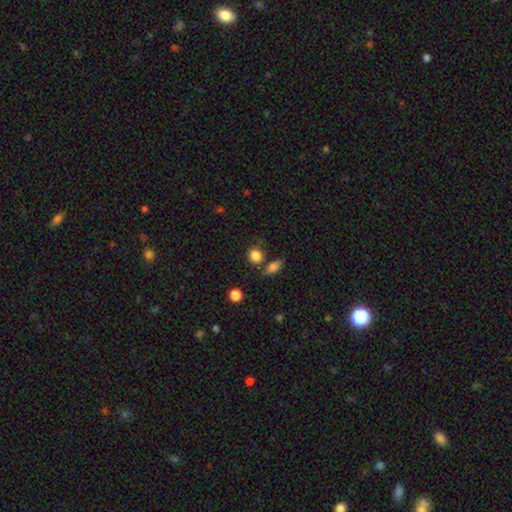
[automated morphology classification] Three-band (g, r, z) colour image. It shows a smooth galaxy with no disk features (83%) that is round (80%). Merging: none (71%).